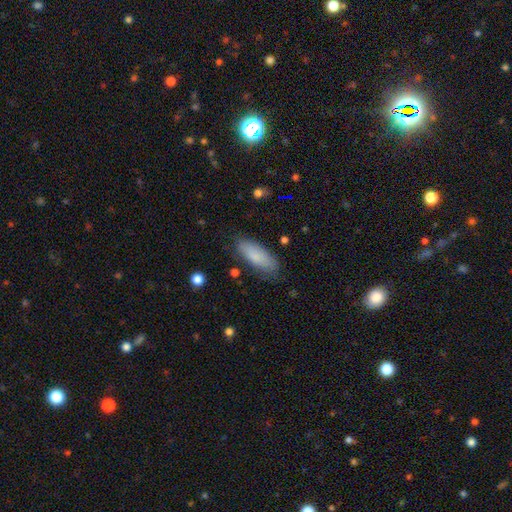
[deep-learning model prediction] Q: Smooth or featured?
A: smooth (83%); runner-up: featured or disk (11%)
Q: How rounded?
A: in between (69%); runner-up: cigar-shaped (29%)
Q: Merging?
A: none (78%); runner-up: minor disturbance (17%)